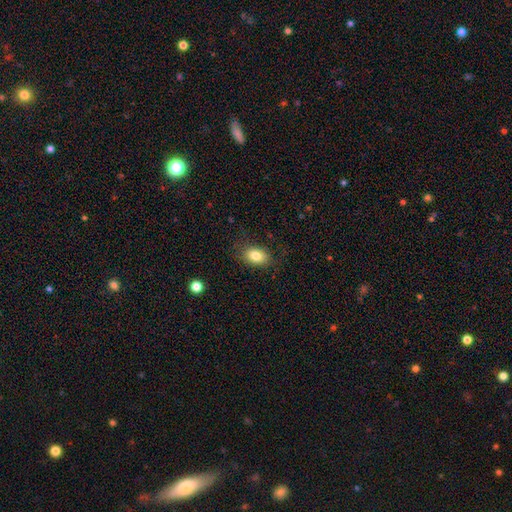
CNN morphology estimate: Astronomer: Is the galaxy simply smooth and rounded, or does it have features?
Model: smooth — 81%.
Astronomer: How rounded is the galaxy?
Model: in between — 83%.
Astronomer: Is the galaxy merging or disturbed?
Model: none — 79%.